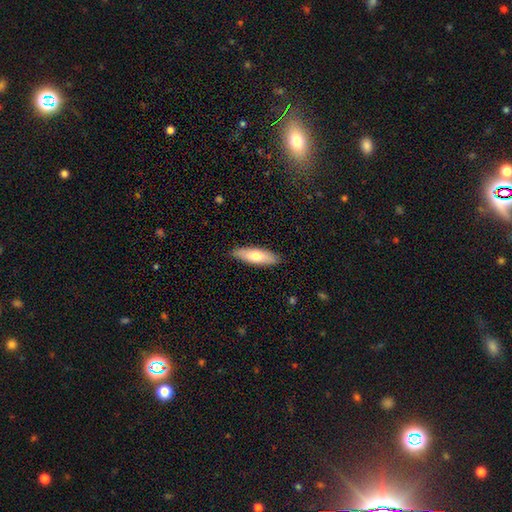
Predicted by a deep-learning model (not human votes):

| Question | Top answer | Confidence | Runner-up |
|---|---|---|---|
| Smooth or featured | smooth | 68% | featured or disk (26%) |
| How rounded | in between | 50% | cigar-shaped (48%) |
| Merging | none | 88% | minor disturbance (9%) |